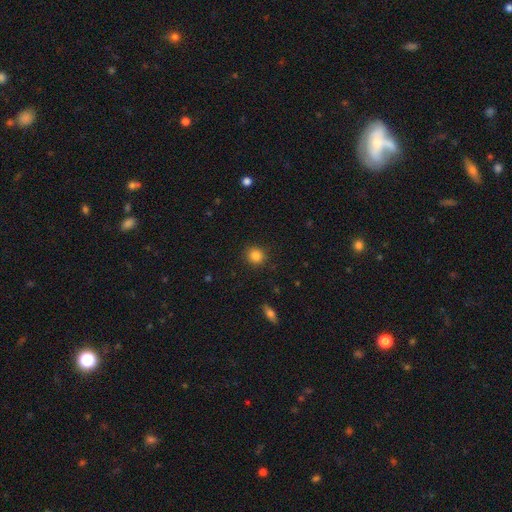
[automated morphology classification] Smooth or featured?
  - smooth: 85% *
  - star or artifact: 10%
  - featured or disk: 5%
How rounded?
  - round: 89% *
  - in between: 10%
  - cigar-shaped: 1%
Merging?
  - none: 90% *
  - minor disturbance: 7%
  - major disturbance: 2%
  - merger: 1%